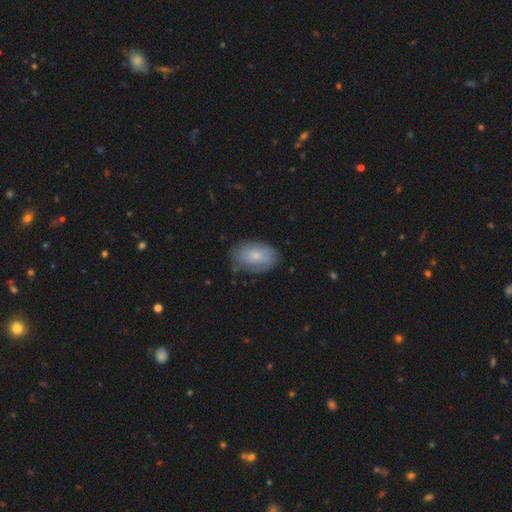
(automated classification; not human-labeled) A smooth galaxy with no disk features (63%) that is in between round and cigar-shaped (86%). Merging: none (68%).